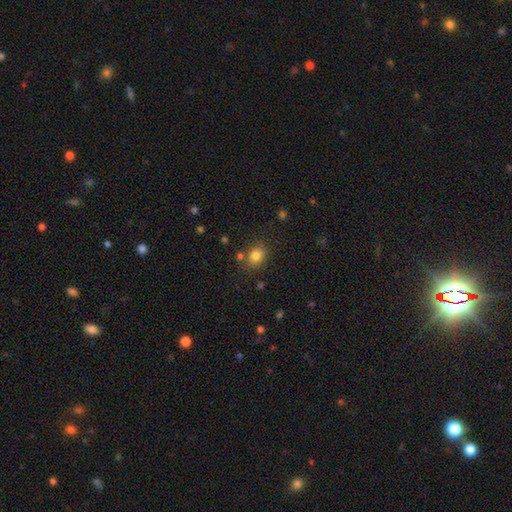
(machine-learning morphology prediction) Smooth or featured: smooth — 81% (star or artifact — 12%)
How rounded: round — 56% (in between — 43%)
Merging: none — 76% (minor disturbance — 13%)